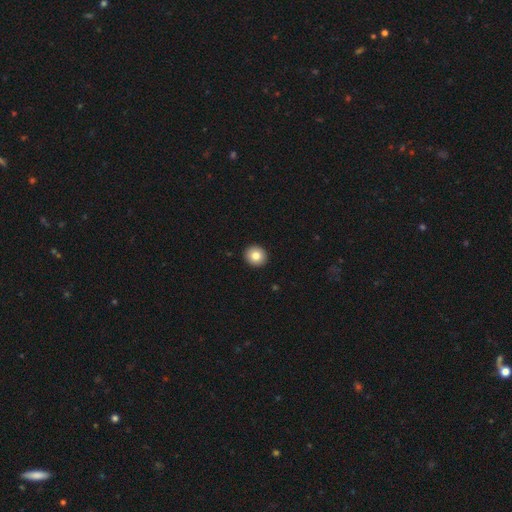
A smooth galaxy with no disk features (90%) that is round (89%).

Vote fractions:
- Smooth or featured? smooth: 90% / featured or disk: 5% / star or artifact: 5%
- How rounded? round: 89% / in between: 11% / cigar-shaped: 0%
- Merging? none: 100% / minor disturbance: 0% / major disturbance: 0% / merger: 0%